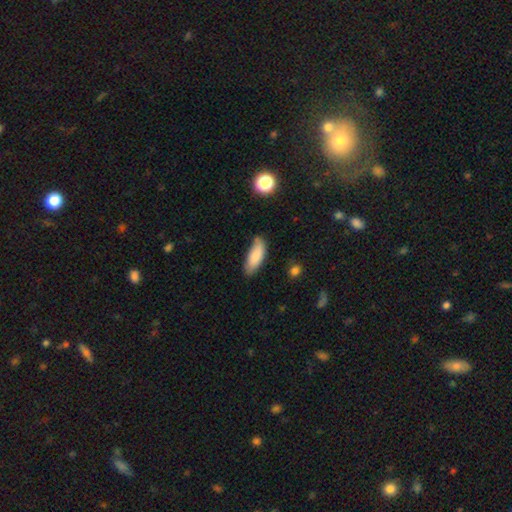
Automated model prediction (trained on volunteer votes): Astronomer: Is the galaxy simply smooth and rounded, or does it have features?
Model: smooth — 85%.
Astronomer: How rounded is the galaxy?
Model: in between — 73%.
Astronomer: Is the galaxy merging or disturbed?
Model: none — 68%.